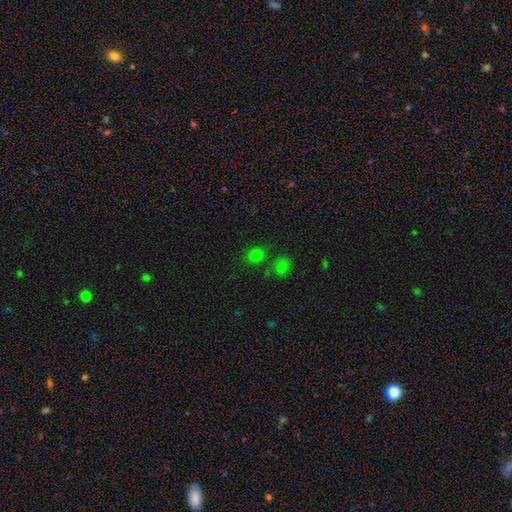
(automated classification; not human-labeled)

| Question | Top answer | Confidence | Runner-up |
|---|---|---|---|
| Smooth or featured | smooth | 57% | star or artifact (36%) |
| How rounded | round | 66% | in between (33%) |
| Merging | none | 62% | merger (23%) |